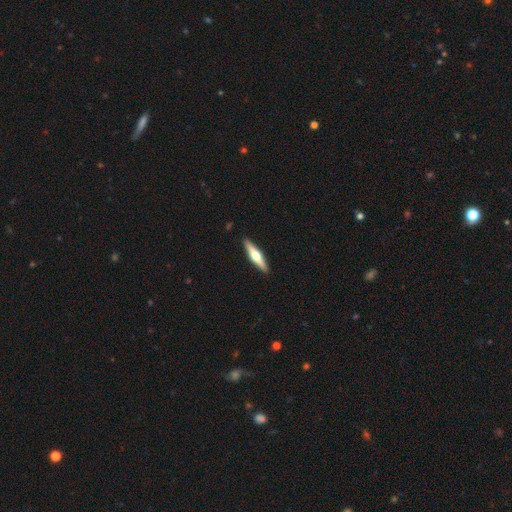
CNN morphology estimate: Overall: featured or disk (58%; smooth 38%). Edge-on disk: yes (96%). Edge-on bulge: rounded (93%). Merging: none (91%).